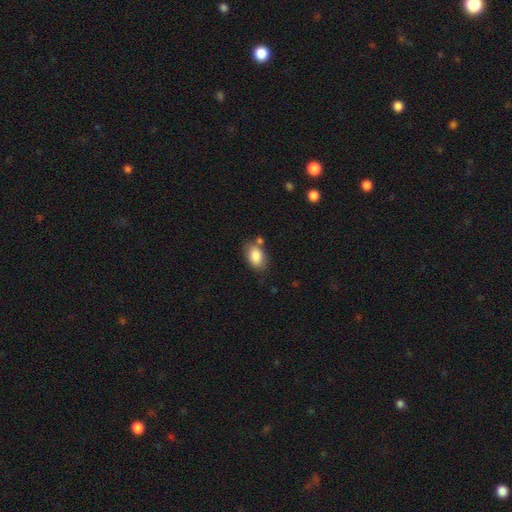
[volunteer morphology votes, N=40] Smooth or featured? 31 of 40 (78%) said smooth. How rounded? 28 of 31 (90%) said in between. Merging? 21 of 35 (60%) said none.